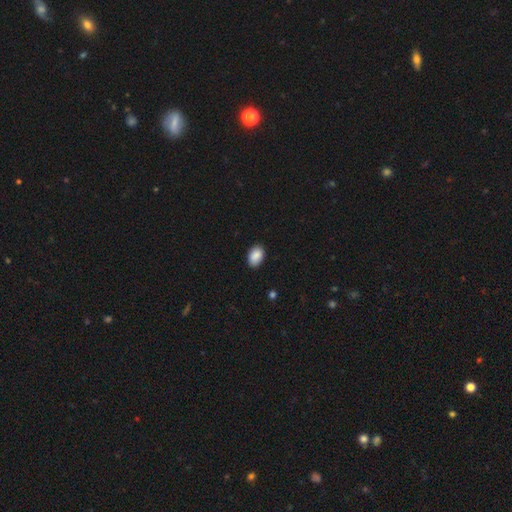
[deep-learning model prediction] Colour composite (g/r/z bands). It shows a smooth galaxy with no disk features (90%) that is in between round and cigar-shaped (88%). Merging: none (88%).